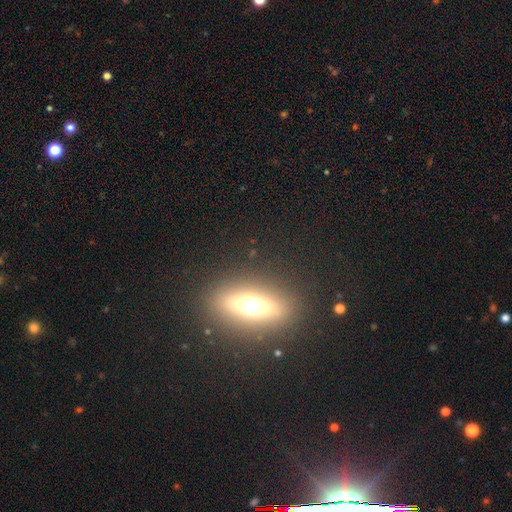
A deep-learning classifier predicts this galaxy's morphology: The model was most divided on "smooth or featured": featured or disk: 42%, smooth: 38%, star or artifact: 20%. More confident: merging — none (86%).